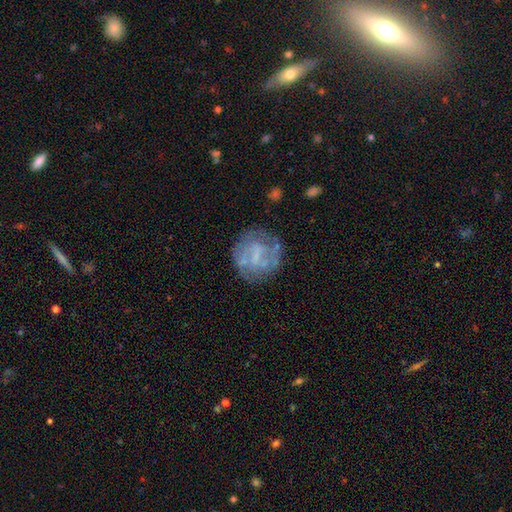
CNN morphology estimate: A featured or disk galaxy (61%) with a weak bar (43%), no spiral arms (56%) and no central bulge (49%). Merging: none (66%).